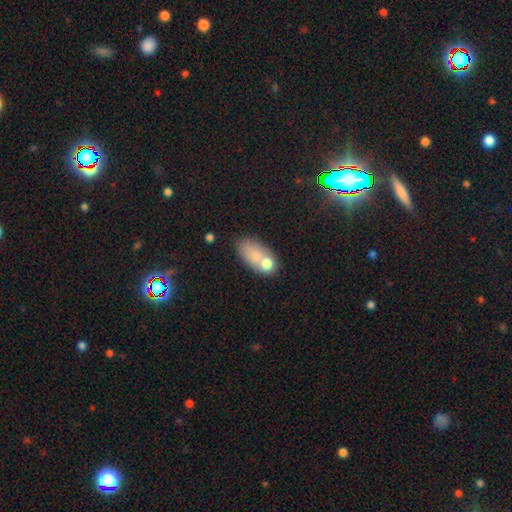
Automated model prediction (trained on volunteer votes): The model was most divided on "merging": none: 40%, merger: 35%, minor disturbance: 16%, major disturbance: 8%. More confident: how rounded — in between (85%); smooth or featured — smooth (70%).